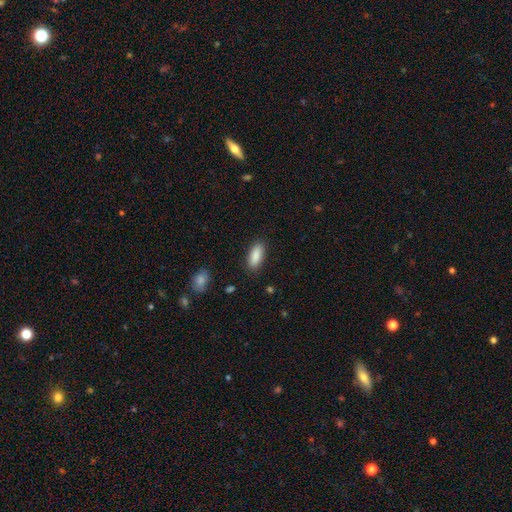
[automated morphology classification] type=smooth (89%); roundness=in between (80%); merging=none (87%).